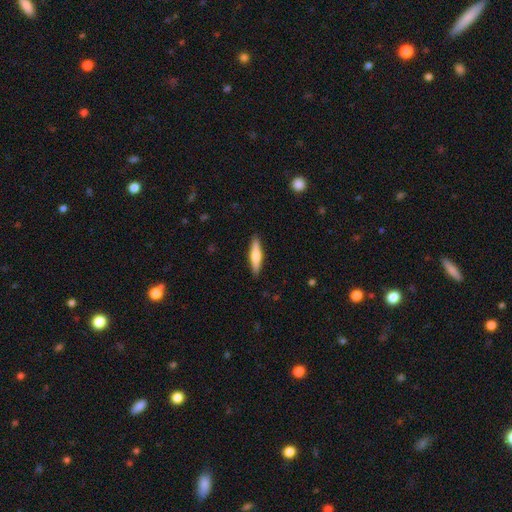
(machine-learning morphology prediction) Smooth or featured? smooth (56%)
How rounded? cigar-shaped (80%)
Merging? none (90%)